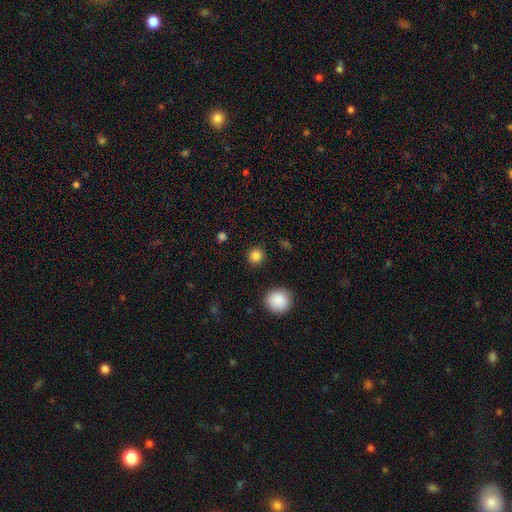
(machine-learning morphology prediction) This appears to be a smooth galaxy with no disk features (84%) that is round (93%). Merging: none (90%).